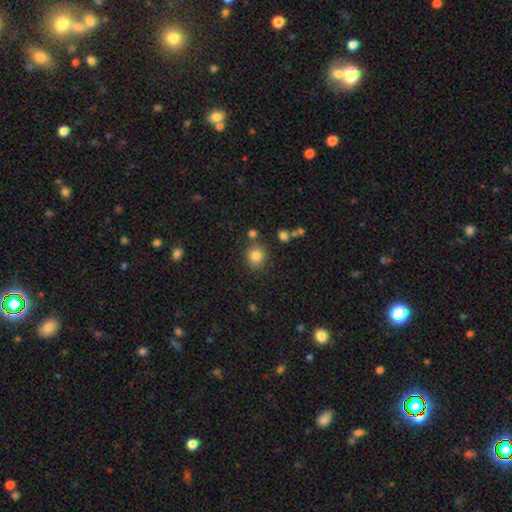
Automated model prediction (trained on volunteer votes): smooth_or_featured: smooth (p=0.83) [alt: star or artifact p=0.11]
how_rounded: round (p=0.86) [alt: in between p=0.13]
merging: none (p=0.81) [alt: minor disturbance p=0.09]